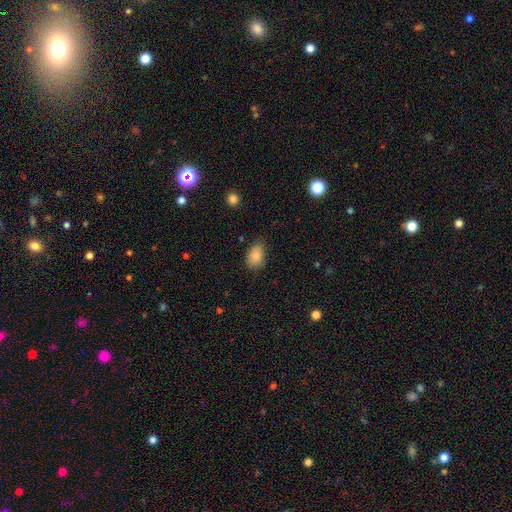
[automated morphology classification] smooth_or_featured: smooth (p=0.85) [alt: star or artifact p=0.08]
how_rounded: in between (p=0.84) [alt: round p=0.15]
merging: none (p=0.75) [alt: minor disturbance p=0.20]